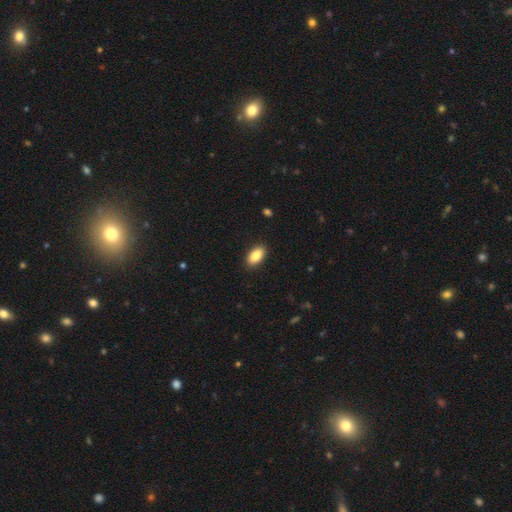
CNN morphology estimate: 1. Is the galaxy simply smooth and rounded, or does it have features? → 85% smooth, 7% featured or disk, 7% star or artifact.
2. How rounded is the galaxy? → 92% in between, 4% round, 4% cigar-shaped.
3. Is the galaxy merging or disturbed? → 89% none, 8% minor disturbance, 2% major disturbance, 1% merger.